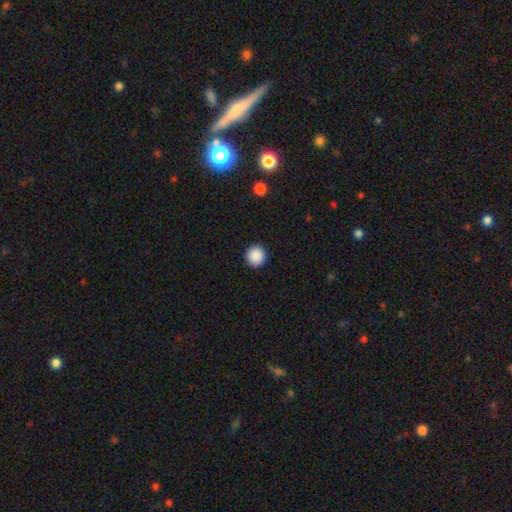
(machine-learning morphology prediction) The model was most divided on "smooth or featured": smooth: 89%, star or artifact: 9%, featured or disk: 3%. More confident: how rounded — round (95%); merging — none (90%).